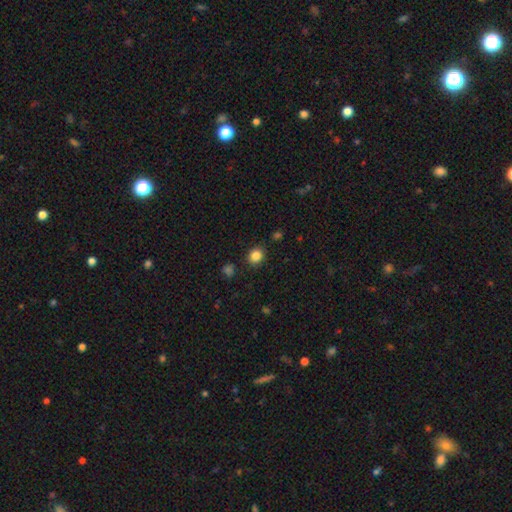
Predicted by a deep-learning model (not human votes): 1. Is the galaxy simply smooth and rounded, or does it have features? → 85% smooth, 11% star or artifact, 4% featured or disk.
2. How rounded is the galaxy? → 73% round, 26% in between, 1% cigar-shaped.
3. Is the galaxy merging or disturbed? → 87% none, 8% minor disturbance, 3% major disturbance, 2% merger.